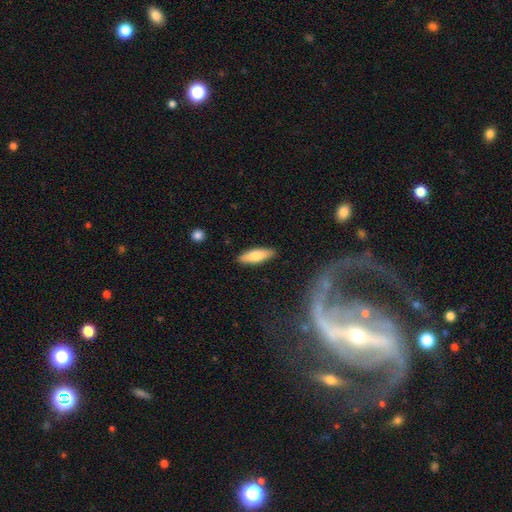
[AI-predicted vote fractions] Q: Smooth or featured?
A: smooth (76%); runner-up: featured or disk (19%)
Q: How rounded?
A: cigar-shaped (51%); runner-up: in between (47%)
Q: Merging?
A: none (88%); runner-up: minor disturbance (8%)